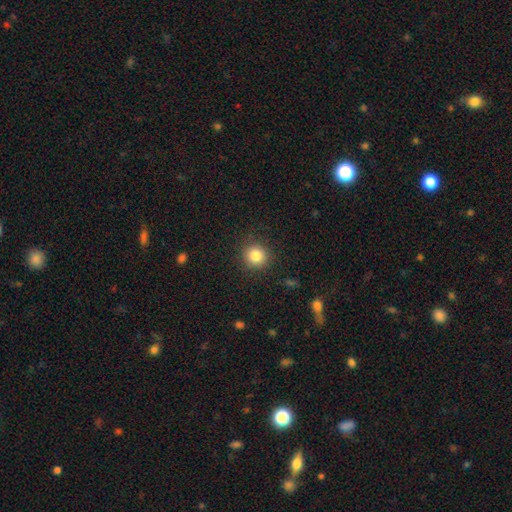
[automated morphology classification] Overall: smooth (84%). How rounded: round (91%). Merging: none (89%).